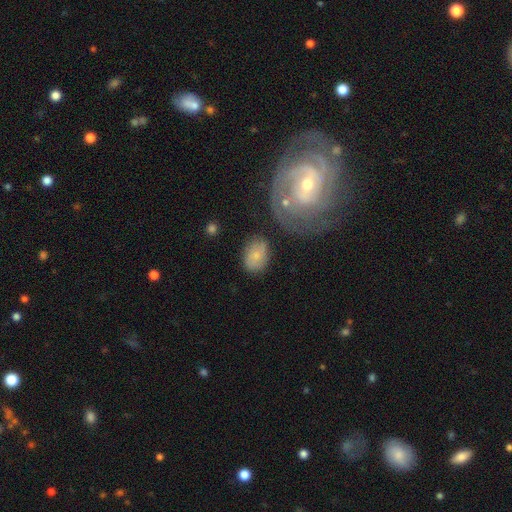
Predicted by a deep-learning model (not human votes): Q: Smooth or featured?
A: smooth (69%); runner-up: featured or disk (23%)
Q: How rounded?
A: in between (76%); runner-up: round (22%)
Q: Merging?
A: none (70%); runner-up: minor disturbance (19%)